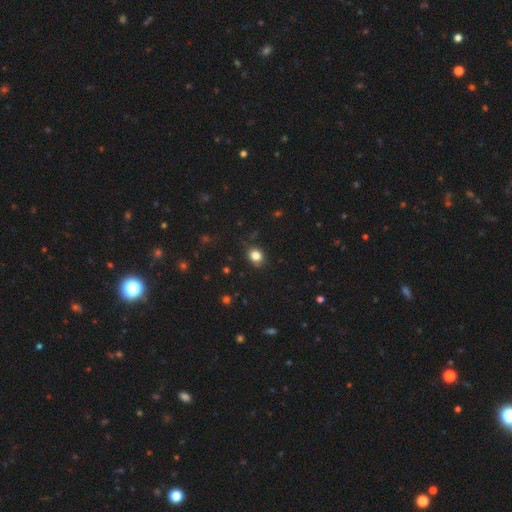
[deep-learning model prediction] Overall: smooth (82%). How rounded: round (60%; in between 39%). Merging: none (82%).